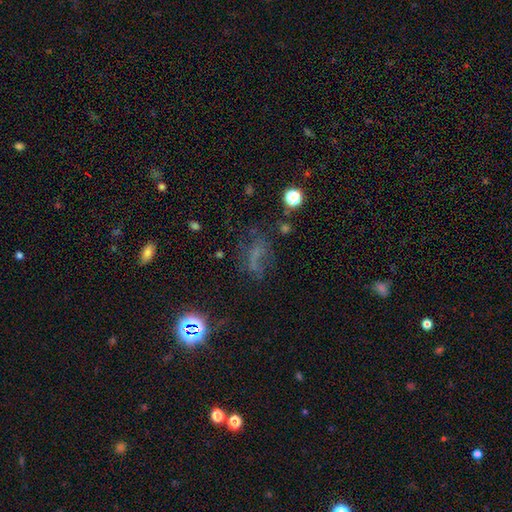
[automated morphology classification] Overall: star or artifact (37%; smooth 33%).